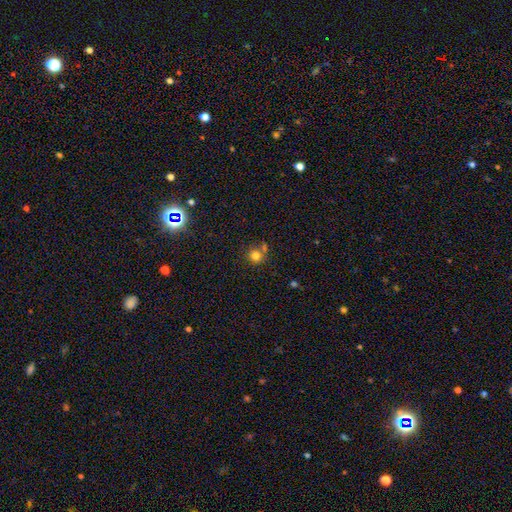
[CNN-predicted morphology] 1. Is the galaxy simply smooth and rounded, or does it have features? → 78% smooth, 15% star or artifact, 8% featured or disk.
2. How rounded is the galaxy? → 89% round, 10% in between, 1% cigar-shaped.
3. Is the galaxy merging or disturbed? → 65% none, 18% merger, 12% minor disturbance, 5% major disturbance.